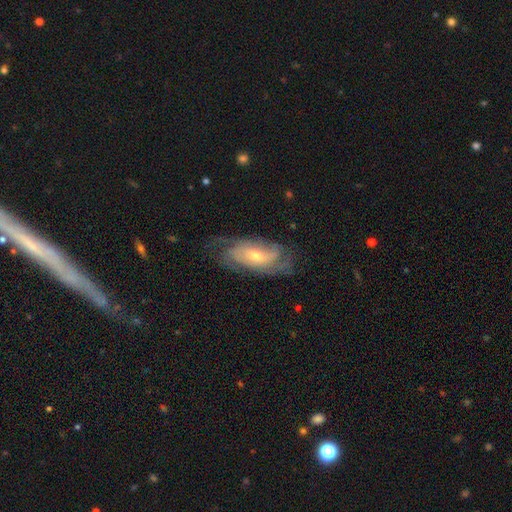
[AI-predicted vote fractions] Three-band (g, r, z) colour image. It shows a featured or disk galaxy (76%) with no bar (60%), tight (48%) spiral arms (91%) and a small central bulge (51%). Merging: none (66%).